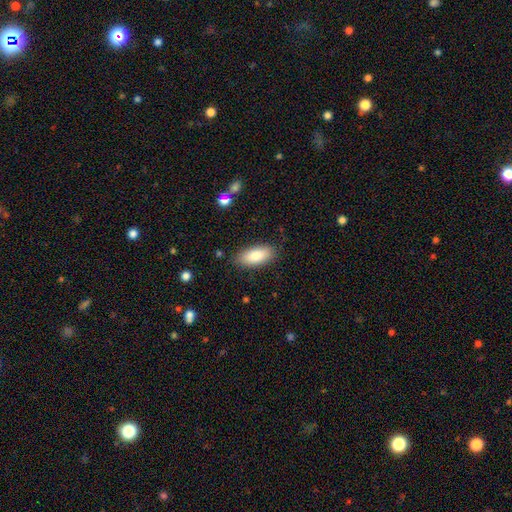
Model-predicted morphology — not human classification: A smooth galaxy with no disk features (83%) that is in between round and cigar-shaped (86%).

Vote fractions:
- Smooth or featured? smooth: 83% / featured or disk: 10% / star or artifact: 6%
- How rounded? in between: 86% / cigar-shaped: 12% / round: 2%
- Merging? none: 84% / minor disturbance: 12% / major disturbance: 3% / merger: 1%